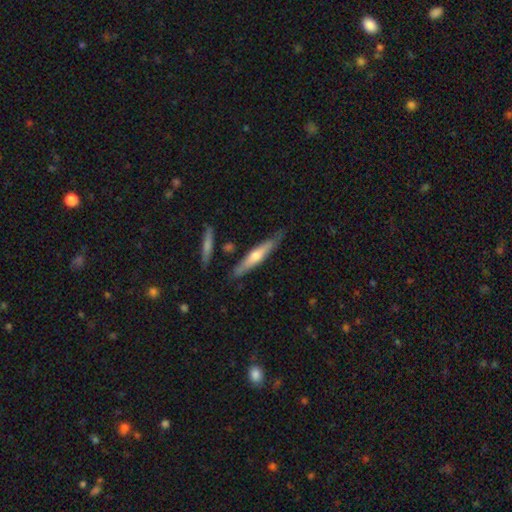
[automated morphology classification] Q: Smooth or featured?
A: featured or disk (49%); runner-up: smooth (46%)
Q: Merging?
A: none (79%); runner-up: minor disturbance (15%)